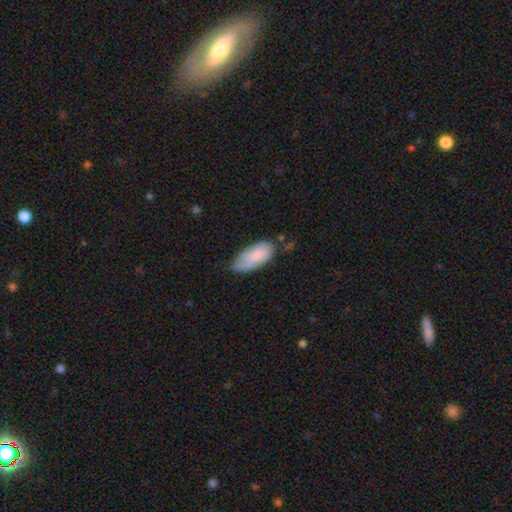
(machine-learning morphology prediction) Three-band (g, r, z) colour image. It shows a smooth galaxy with no disk features (76%) that is in between round and cigar-shaped (89%). Merging: none (49%).